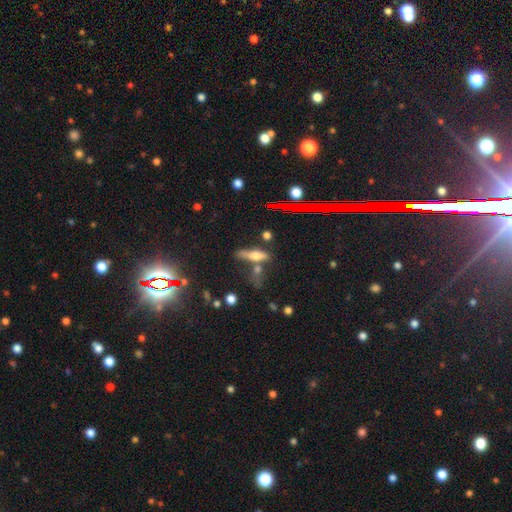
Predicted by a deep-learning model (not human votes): Q: Smooth or featured?
A: smooth (51%); runner-up: featured or disk (36%)
Q: How rounded?
A: cigar-shaped (60%); runner-up: in between (35%)
Q: Merging?
A: none (48%); runner-up: merger (24%)